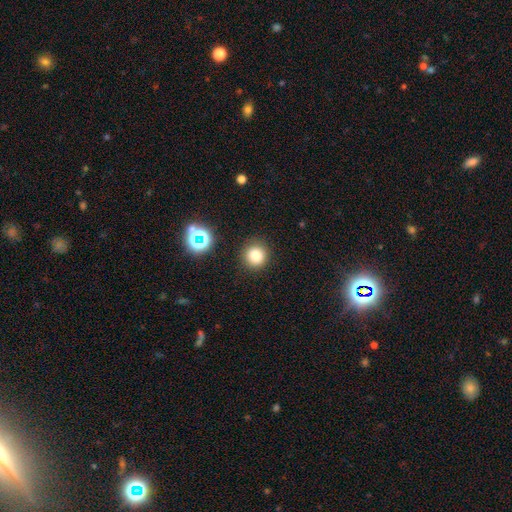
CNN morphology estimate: Q: Smooth or featured?
A: smooth (79%); runner-up: star or artifact (15%)
Q: How rounded?
A: round (92%); runner-up: in between (7%)
Q: Merging?
A: none (88%); runner-up: minor disturbance (7%)